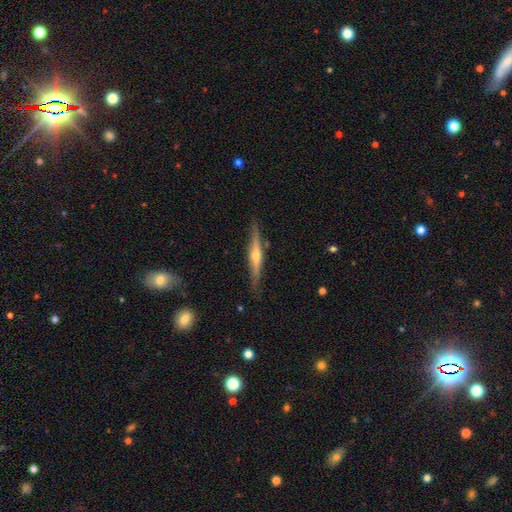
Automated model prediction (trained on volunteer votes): This is likely a featured or disk galaxy (72%). It is clearly viewed edge-on (97%). Edge-on bulge: clearly rounded (87%). Merging: clearly none (86%).